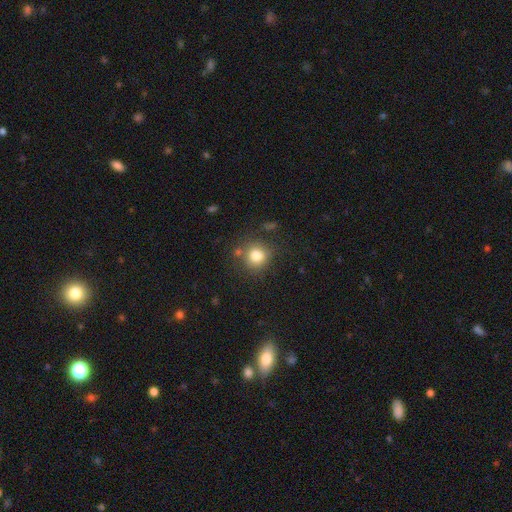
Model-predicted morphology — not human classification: A smooth galaxy with no disk features (82%) that is round (87%). Merging: none (75%).